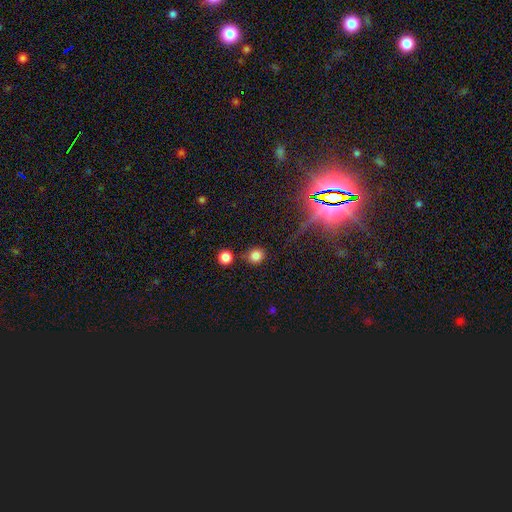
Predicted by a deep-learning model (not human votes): Smooth or featured? smooth (81%)
How rounded? round (88%)
Merging? none (80%)